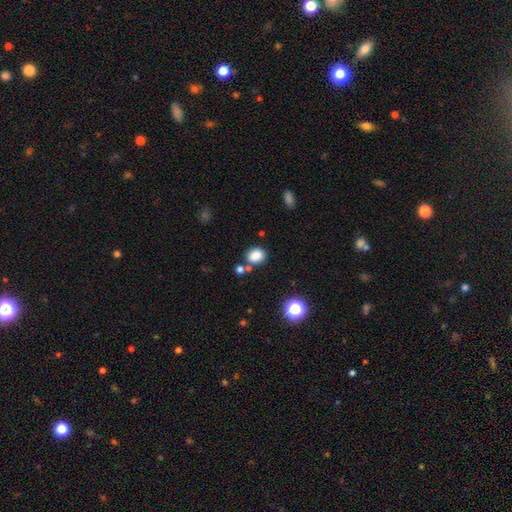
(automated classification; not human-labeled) smooth_or_featured: smooth (p=0.84) [alt: star or artifact p=0.11]
how_rounded: round (p=0.52) [alt: in between p=0.47]
merging: none (p=0.72) [alt: merger p=0.12]